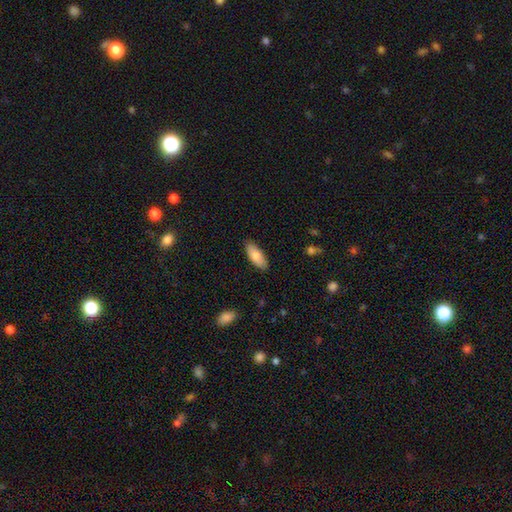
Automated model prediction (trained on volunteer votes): Smooth or featured? Predicted: smooth (p=0.82). How rounded? Predicted: in between (p=0.76). Merging? Predicted: none (p=0.86).